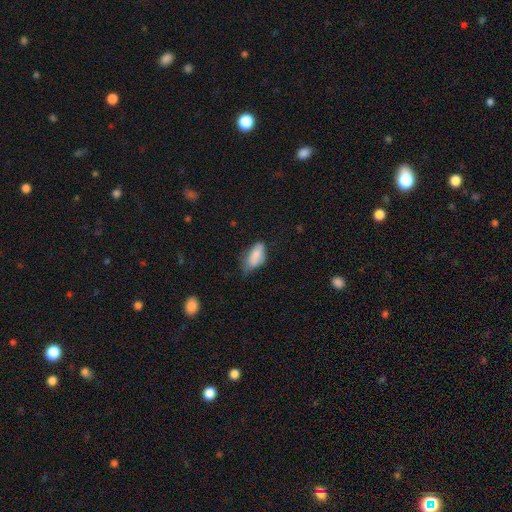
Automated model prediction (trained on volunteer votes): Morphology: type=smooth (83%); roundness=in between (90%); merging=none (43%, tied with minor disturbance).